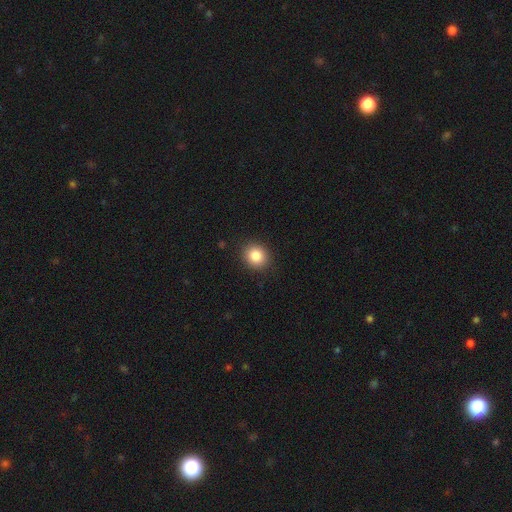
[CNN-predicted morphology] Overall: smooth (85%). How rounded: round (78%). Merging: none (90%).